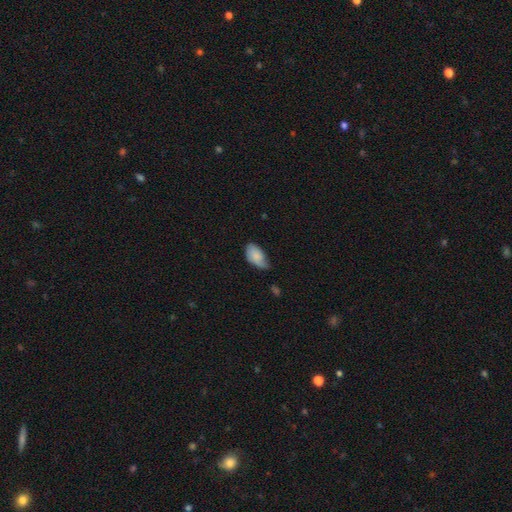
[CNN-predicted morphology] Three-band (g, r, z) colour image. It shows a smooth galaxy with no disk features (78%) that is in between round and cigar-shaped (94%). Merging: minor disturbance (47%).